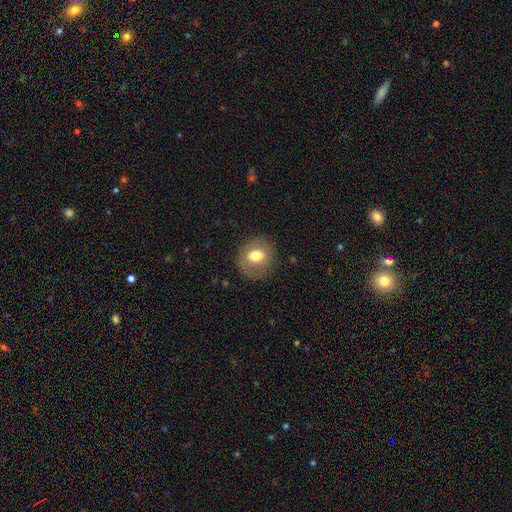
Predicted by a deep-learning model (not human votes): A smooth galaxy with no disk features (70%) that is round (70%).

Vote fractions:
- Smooth or featured? smooth: 70% / featured or disk: 21% / star or artifact: 9%
- How rounded? round: 70% / in between: 29% / cigar-shaped: 1%
- Merging? none: 83% / minor disturbance: 11% / major disturbance: 5% / merger: 1%